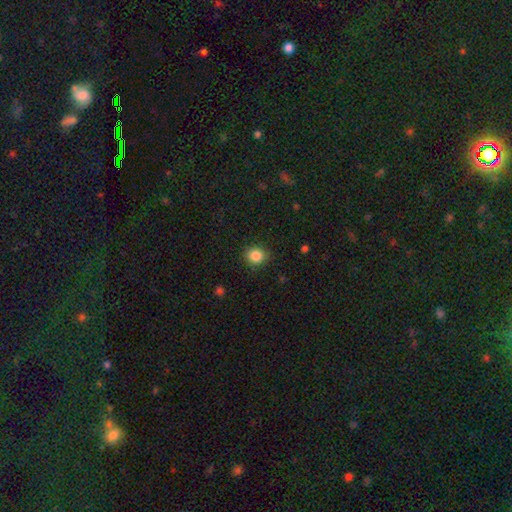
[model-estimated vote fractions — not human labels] Morphology: type=smooth (86%); roundness=round (84%); merging=none (88%).